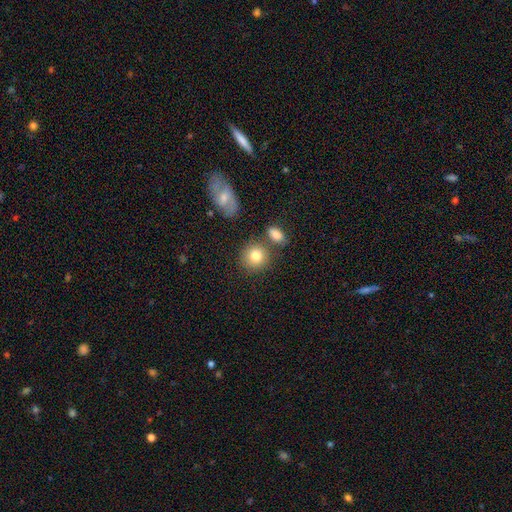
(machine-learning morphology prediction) Smooth or featured: smooth — 82% (featured or disk — 10%)
How rounded: round — 82% (in between — 17%)
Merging: none — 69% (merger — 15%)